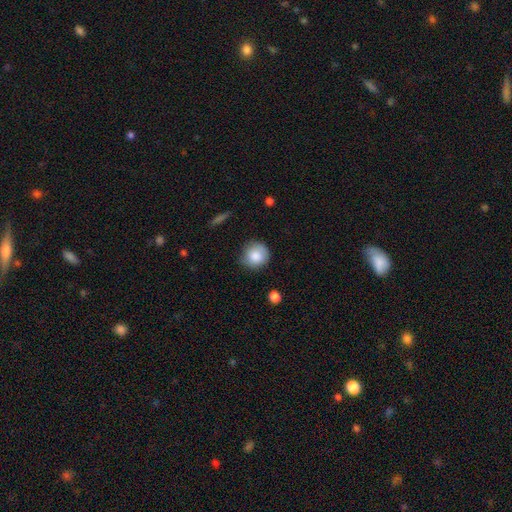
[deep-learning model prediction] smooth 84%, featured or disk 8%, star or artifact 8%. Down the decision tree: how rounded — round (90%); merging — none (75%).